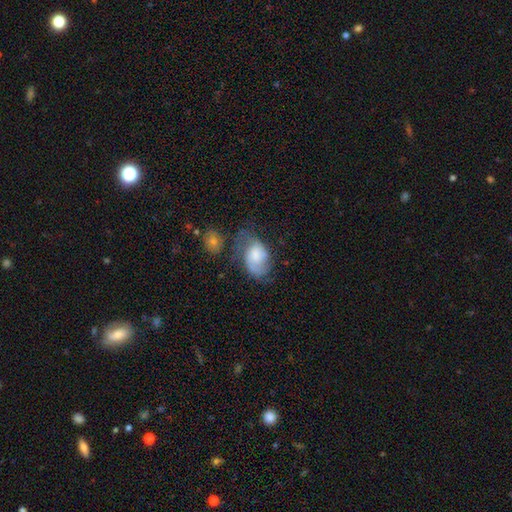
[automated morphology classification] Smooth or featured? featured or disk (48%)
Merging? none (34%)